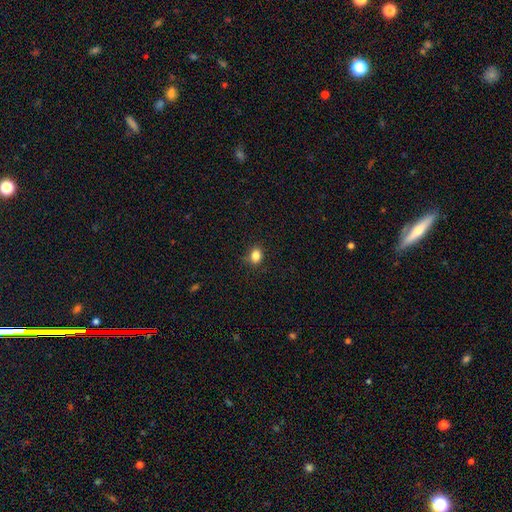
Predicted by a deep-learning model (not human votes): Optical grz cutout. It shows a smooth galaxy with no disk features (84%) that is in between round and cigar-shaped (51%). Merging: none (85%).